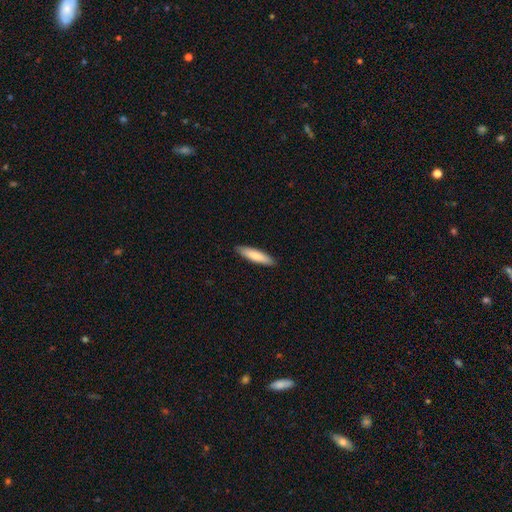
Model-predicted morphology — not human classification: This is clearly a smooth galaxy (80%). How rounded: clearly cigar-shaped (81%). Merging: clearly none (91%).